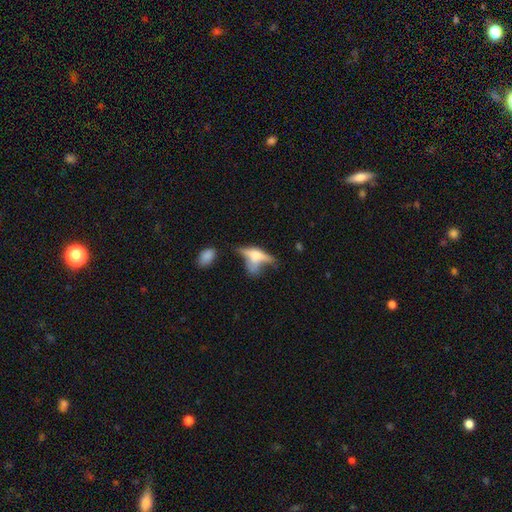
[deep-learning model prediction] Overall: featured or disk (49%; smooth 40%). Merging: none (39%; merger 24%).